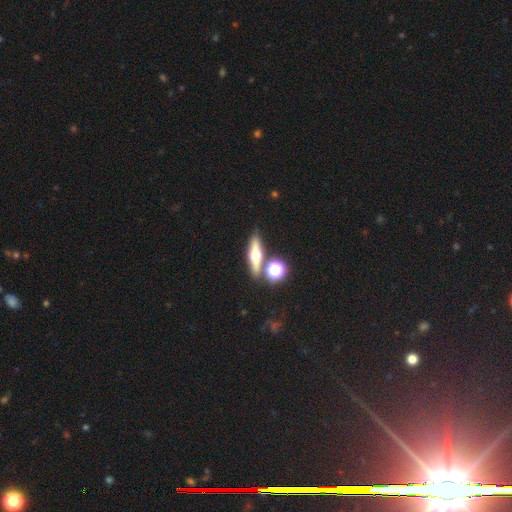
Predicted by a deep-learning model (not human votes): The model was most divided on "smooth or featured": featured or disk: 54%, smooth: 33%, star or artifact: 12%. More confident: edge-on disk — yes (89%); merging — none (79%).